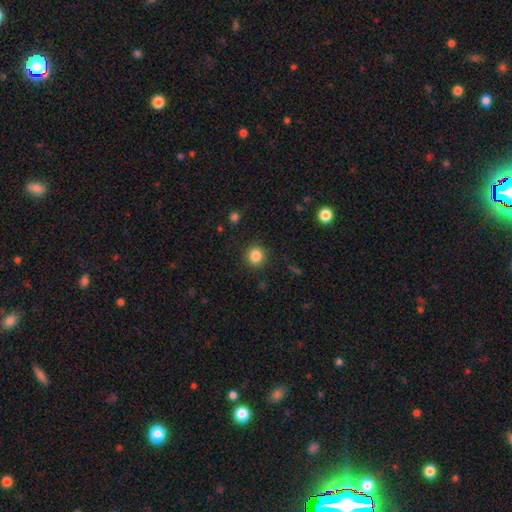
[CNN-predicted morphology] Smooth or featured: smooth — 85% (star or artifact — 11%)
How rounded: round — 86% (in between — 13%)
Merging: none — 89% (minor disturbance — 7%)